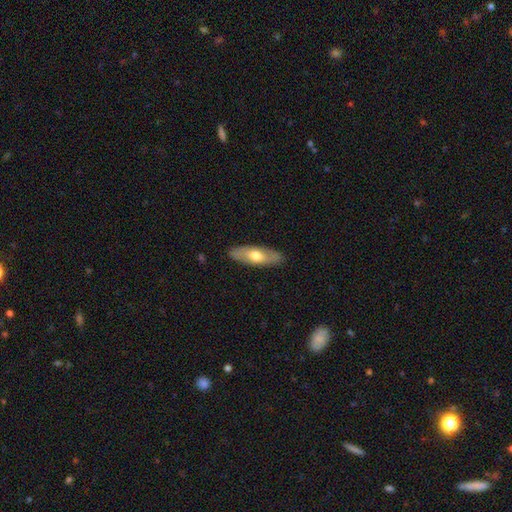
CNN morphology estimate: This appears to be a smooth galaxy with no disk features (52%) that is in between round and cigar-shaped (62%). Merging: none (87%).